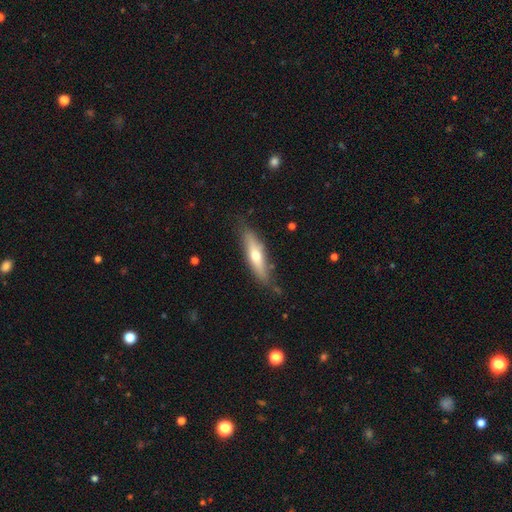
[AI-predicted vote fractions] smooth_or_featured: smooth (p=0.51) [alt: featured or disk p=0.43]
how_rounded: cigar-shaped (p=0.70) [alt: in between p=0.28]
merging: none (p=0.78) [alt: minor disturbance p=0.16]